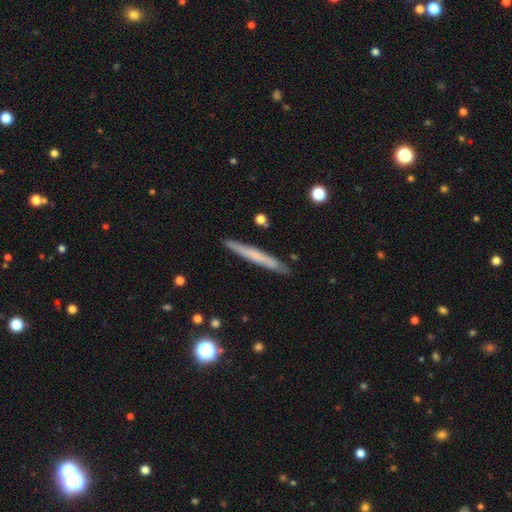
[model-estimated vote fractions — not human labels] Smooth or featured? smooth (54%)
How rounded? cigar-shaped (96%)
Merging? none (89%)